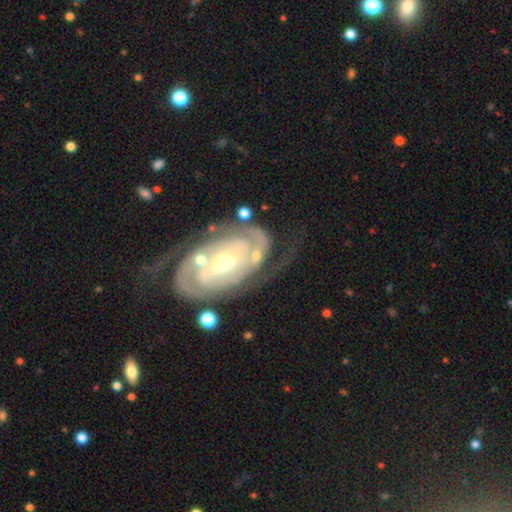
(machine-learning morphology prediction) A featured or disk galaxy (85%) with a weak bar (35%), 2 (62%) tight (50%) spiral arms (90%) and a moderate central bulge (53%).

Vote fractions:
- Smooth or featured? featured or disk: 85% / smooth: 9% / star or artifact: 6%
- Edge-on disk? no: 96% / yes: 4%
- Bar? weak: 35% / no: 33% / strong: 32%
- Spiral arms? yes: 90% / no: 10%
- Spiral winding? tight: 50% / medium: 35% / loose: 15%
- Spiral arm count? 2: 62% / can't tell: 16% / 3: 8% / 1: 7% / 4: 3% / more than 4: 3%
- Bulge size? moderate: 53% / small: 41% / large: 3% / none: 1% / dominant: 1%
- Merging? none: 50% / major disturbance: 18% / minor disturbance: 18% / merger: 14%